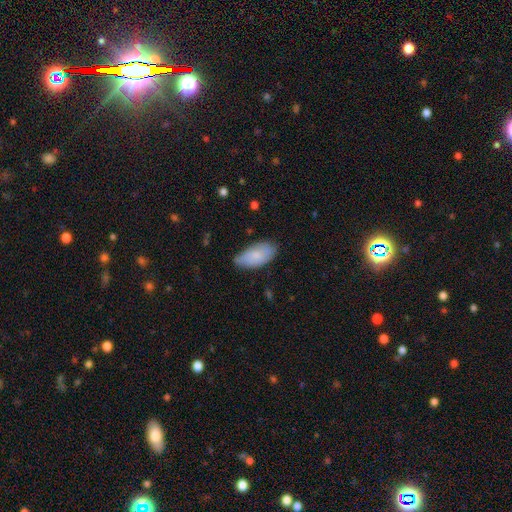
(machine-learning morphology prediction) Smooth or featured? Predicted: smooth (p=0.77). How rounded? Predicted: in between (p=0.94). Merging? Predicted: none (p=0.63).